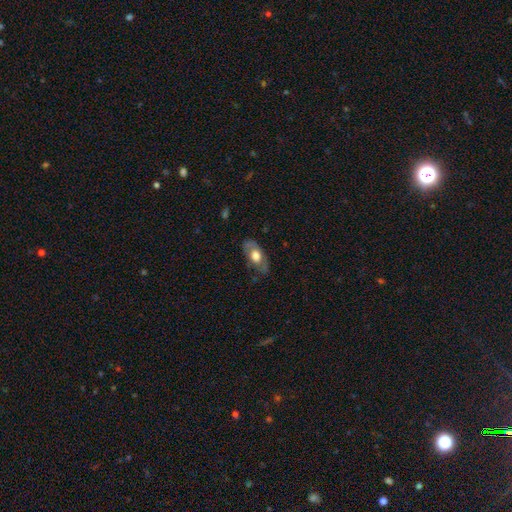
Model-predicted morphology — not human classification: Smooth or featured?
  - smooth: 51% *
  - featured or disk: 43%
  - star or artifact: 6%
How rounded?
  - in between: 87% *
  - round: 7%
  - cigar-shaped: 6%
Merging?
  - none: 71% *
  - minor disturbance: 21%
  - major disturbance: 7%
  - merger: 1%